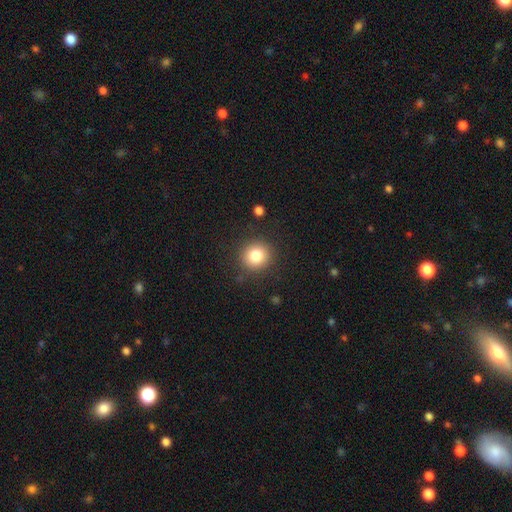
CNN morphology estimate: Overall: smooth (81%). How rounded: round (89%). Merging: none (88%).